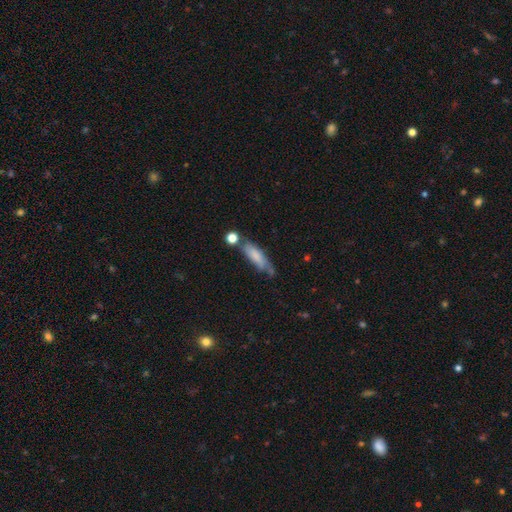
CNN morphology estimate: This appears to be a smooth galaxy with no disk features (69%) that is cigar-shaped (56%). Merging: none (51%).